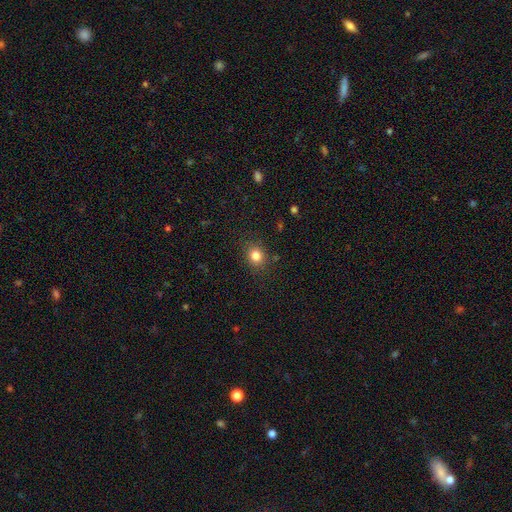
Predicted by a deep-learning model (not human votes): A smooth galaxy with no disk features (82%) that is round (69%). Merging: none (85%).